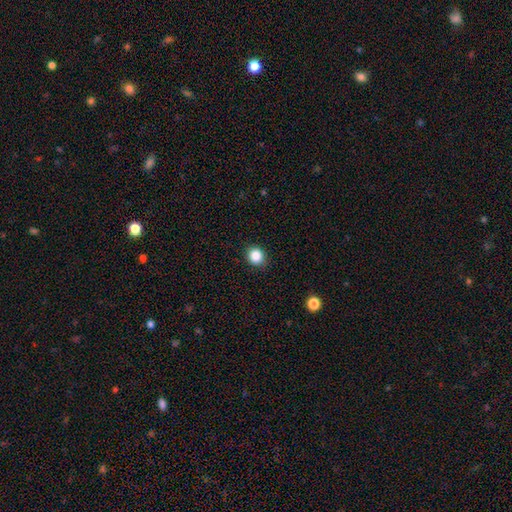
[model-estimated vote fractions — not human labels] Morphology: type=smooth (87%); roundness=round (81%); merging=none (89%).